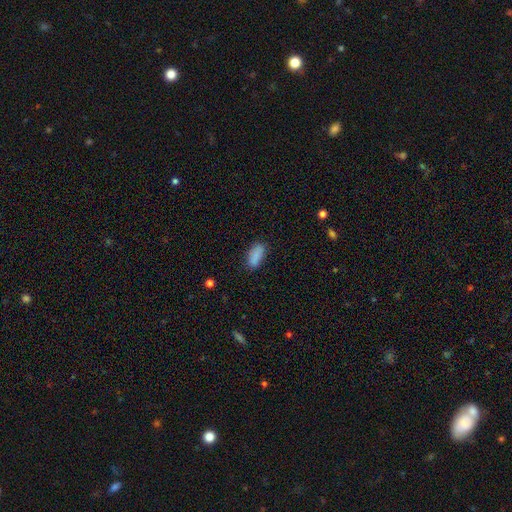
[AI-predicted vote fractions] This appears to be a smooth galaxy with no disk features (85%) that is in between round and cigar-shaped (86%). Merging: none (78%).